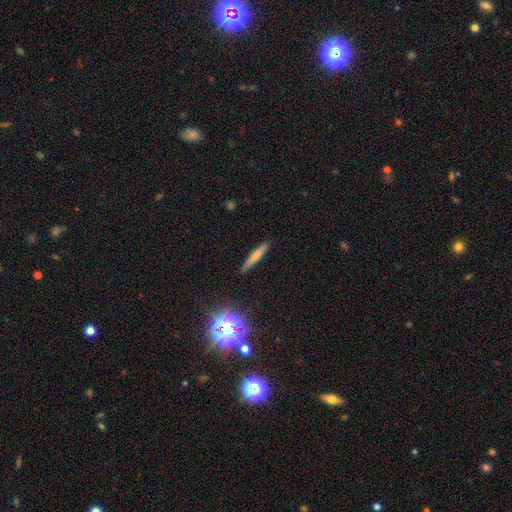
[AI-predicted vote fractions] A smooth galaxy with no disk features (65%) that is cigar-shaped (92%). Merging: none (86%).